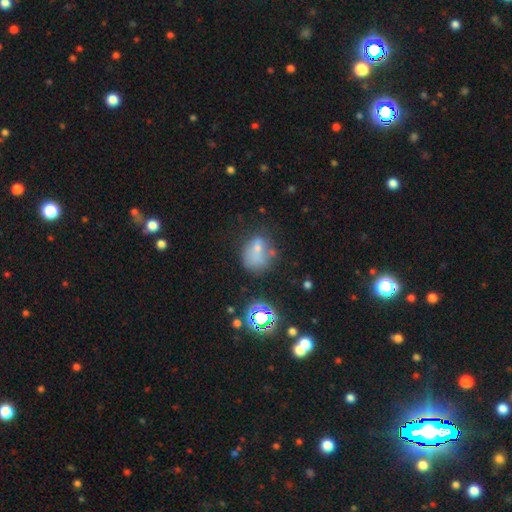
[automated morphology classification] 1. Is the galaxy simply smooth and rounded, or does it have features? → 56% smooth, 22% star or artifact, 21% featured or disk.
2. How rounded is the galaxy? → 53% round, 45% in between, 2% cigar-shaped.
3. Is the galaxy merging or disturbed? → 44% none, 24% minor disturbance, 16% merger, 16% major disturbance.